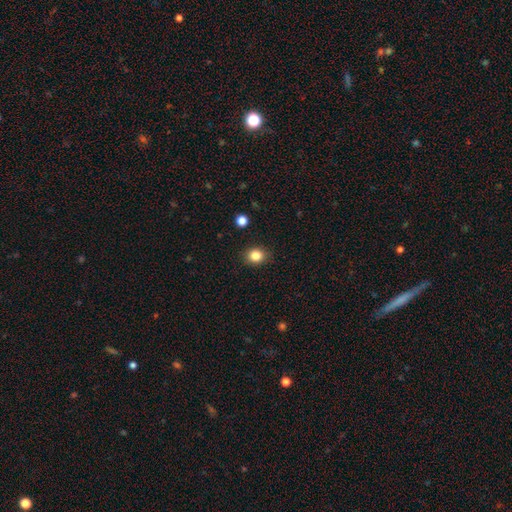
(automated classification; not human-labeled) Smooth or featured? smooth (83%)
How rounded? round (67%)
Merging? none (89%)